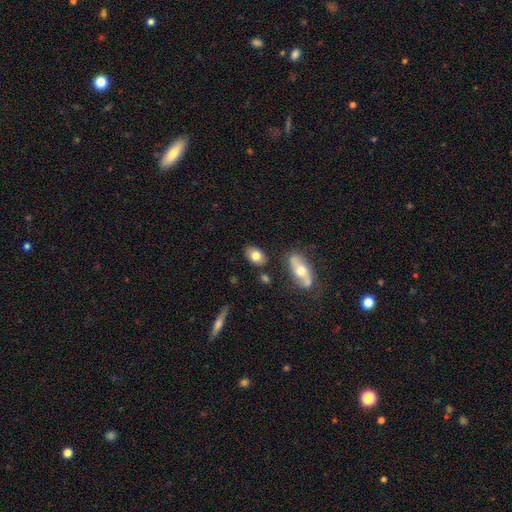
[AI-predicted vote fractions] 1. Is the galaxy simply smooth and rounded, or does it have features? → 78% smooth, 15% featured or disk, 7% star or artifact.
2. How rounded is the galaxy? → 86% in between, 13% round, 2% cigar-shaped.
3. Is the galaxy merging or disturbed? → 81% none, 11% minor disturbance, 5% merger, 3% major disturbance.